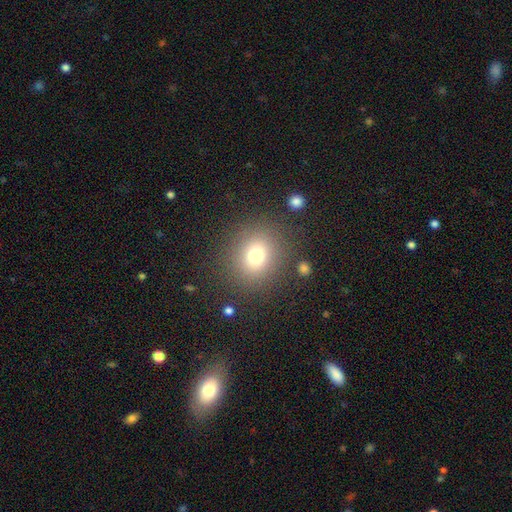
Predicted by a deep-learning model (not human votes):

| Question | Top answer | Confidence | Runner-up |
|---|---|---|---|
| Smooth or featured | smooth | 75% | star or artifact (15%) |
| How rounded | round | 76% | in between (23%) |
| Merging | none | 84% | minor disturbance (9%) |